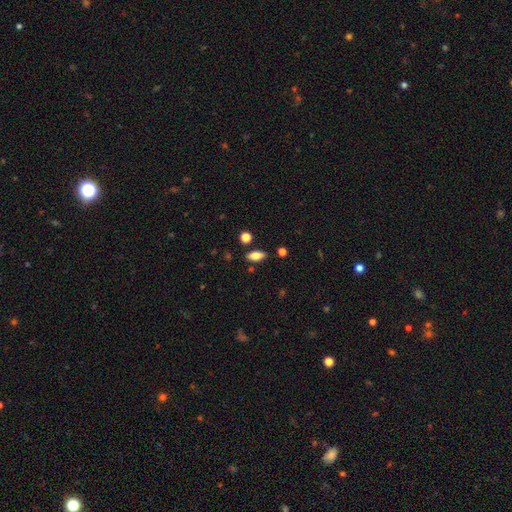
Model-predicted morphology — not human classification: Smooth or featured?
  - smooth: 76% *
  - featured or disk: 16%
  - star or artifact: 8%
How rounded?
  - in between: 84% *
  - cigar-shaped: 13%
  - round: 4%
Merging?
  - none: 84% *
  - minor disturbance: 10%
  - merger: 4%
  - major disturbance: 2%